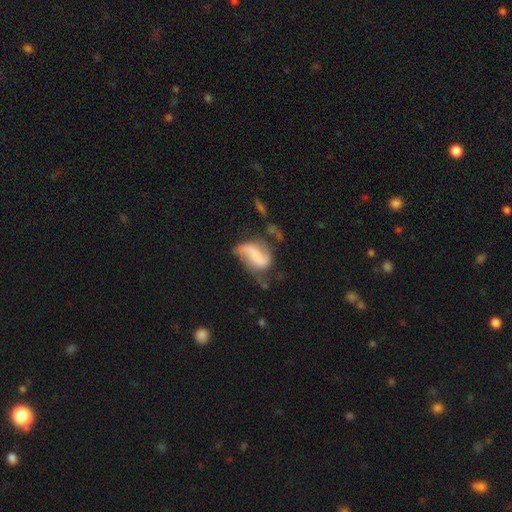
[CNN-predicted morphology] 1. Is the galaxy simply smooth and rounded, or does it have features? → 64% featured or disk, 28% smooth, 9% star or artifact.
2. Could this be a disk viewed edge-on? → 96% no, 4% yes.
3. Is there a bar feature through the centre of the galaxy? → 36% strong (tied), 36% weak (tied), 28% no.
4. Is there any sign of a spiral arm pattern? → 81% yes, 19% no.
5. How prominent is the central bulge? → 40% none, 27% small, 18% moderate, 11% large, 3% dominant.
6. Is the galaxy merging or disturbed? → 36% none, 30% major disturbance, 24% minor disturbance, 10% merger.